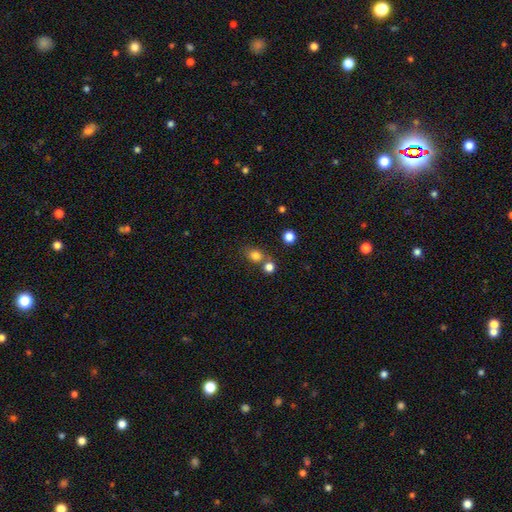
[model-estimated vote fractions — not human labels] A smooth galaxy with no disk features (80%) that is round (66%). Merging: none (58%).